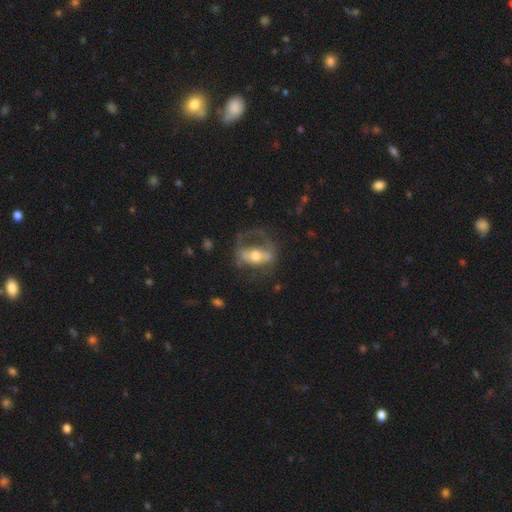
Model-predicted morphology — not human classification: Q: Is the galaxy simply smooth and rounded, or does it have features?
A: featured or disk — 67%.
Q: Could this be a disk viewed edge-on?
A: no — 90%.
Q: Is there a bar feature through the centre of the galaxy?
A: strong — 39%.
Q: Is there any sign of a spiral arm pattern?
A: no — 51%.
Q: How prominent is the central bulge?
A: moderate — 67%.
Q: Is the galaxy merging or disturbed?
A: none — 41%.